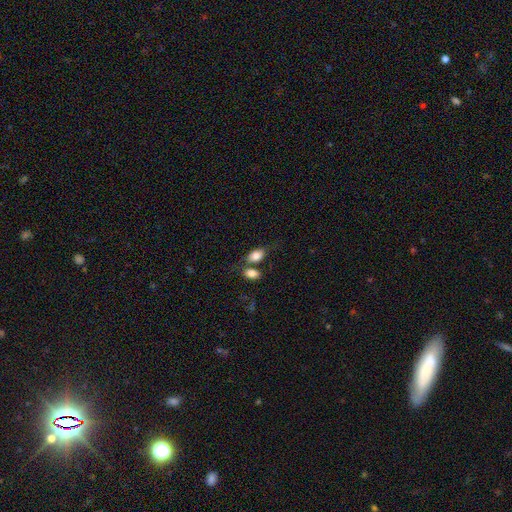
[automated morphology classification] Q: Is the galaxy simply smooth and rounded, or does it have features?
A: smooth — 82%.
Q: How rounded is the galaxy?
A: in between — 87%.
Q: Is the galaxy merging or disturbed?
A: none — 49%.